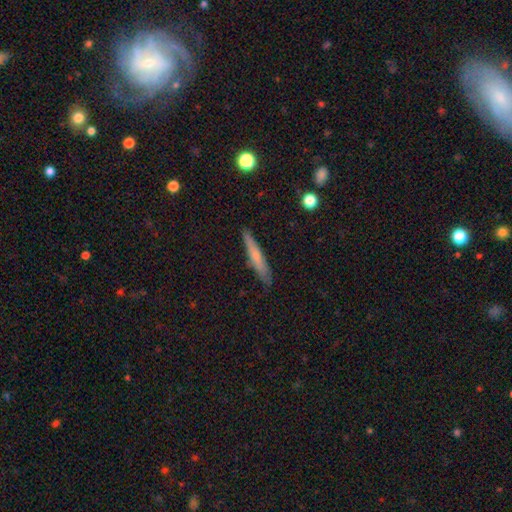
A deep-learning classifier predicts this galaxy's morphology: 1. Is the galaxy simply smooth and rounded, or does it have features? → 54% smooth, 39% featured or disk, 7% star or artifact.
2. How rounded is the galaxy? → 92% cigar-shaped, 6% in between, 2% round.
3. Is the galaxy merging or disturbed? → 86% none, 10% minor disturbance, 2% major disturbance, 1% merger.